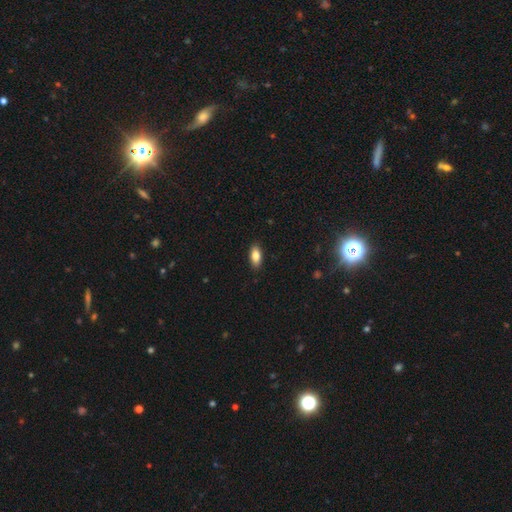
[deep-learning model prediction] Smooth or featured? Predicted: smooth (p=0.83). How rounded? Predicted: in between (p=0.87). Merging? Predicted: none (p=0.89).